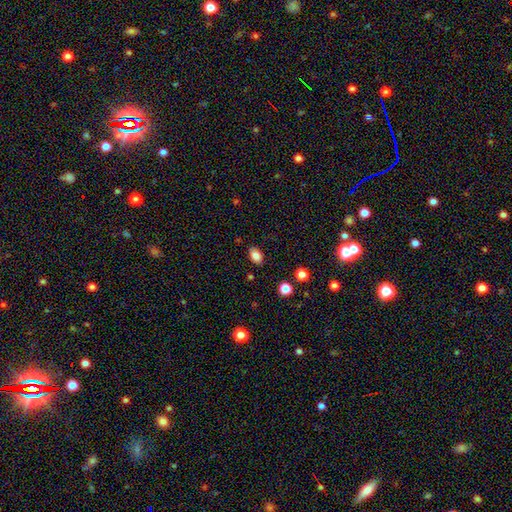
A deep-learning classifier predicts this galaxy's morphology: smooth-or-featured: smooth: 85% | star or artifact: 10% | featured or disk: 6%
  how-rounded: in between: 85% | round: 13% | cigar-shaped: 1%
  merging: none: 86% | minor disturbance: 10% | major disturbance: 2% | merger: 2%